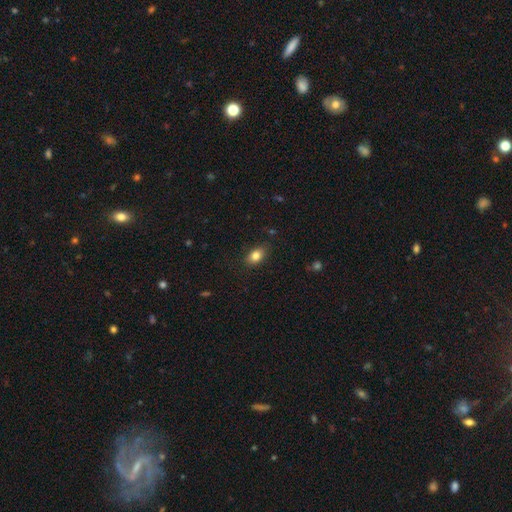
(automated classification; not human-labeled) smooth-or-featured: smooth: 83% | star or artifact: 9% | featured or disk: 8%
  how-rounded: in between: 83% | round: 14% | cigar-shaped: 2%
  merging: none: 84% | minor disturbance: 12% | major disturbance: 3% | merger: 1%